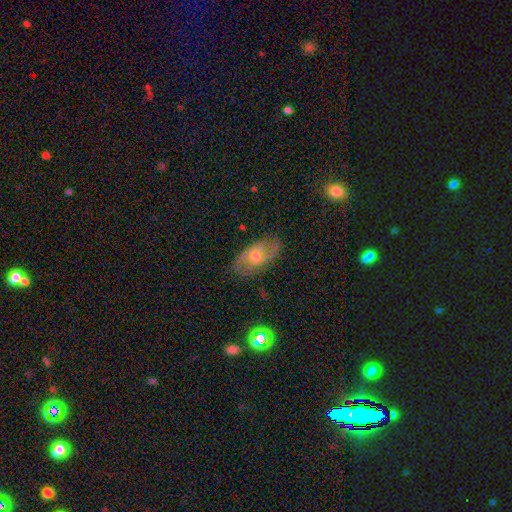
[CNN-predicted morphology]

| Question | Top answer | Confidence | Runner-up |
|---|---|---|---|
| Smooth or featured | featured or disk | 64% | smooth (27%) |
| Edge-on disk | no | 92% | yes (8%) |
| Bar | no | 68% | weak (27%) |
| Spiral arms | yes | 83% | no (17%) |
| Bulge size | moderate | 52% | small (43%) |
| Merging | none | 78% | minor disturbance (16%) |